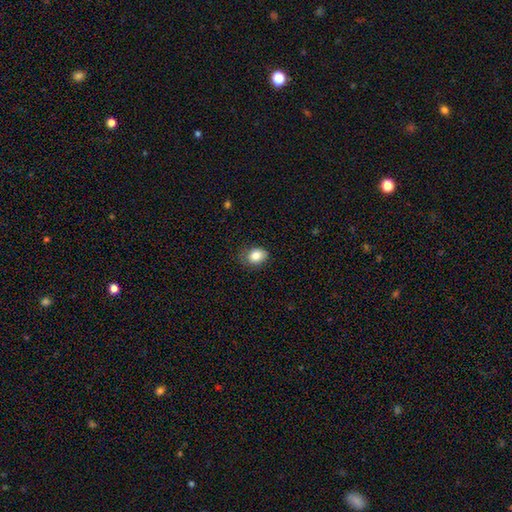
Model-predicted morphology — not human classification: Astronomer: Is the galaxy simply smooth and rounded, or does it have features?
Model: smooth — 84%.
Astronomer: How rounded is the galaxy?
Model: in between — 59% (runner-up: round, 40%).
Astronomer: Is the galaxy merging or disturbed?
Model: none — 71%.